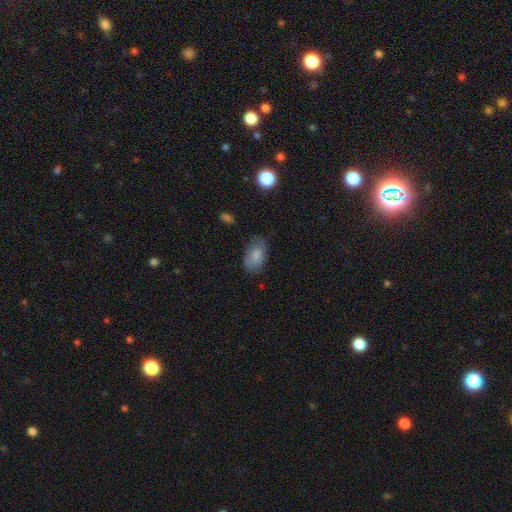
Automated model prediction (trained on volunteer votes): This is likely a smooth galaxy (78%). How rounded: clearly in between (92%). Merging: likely none (68%).